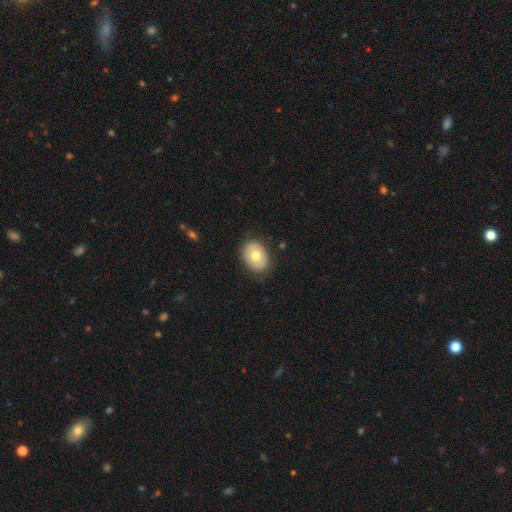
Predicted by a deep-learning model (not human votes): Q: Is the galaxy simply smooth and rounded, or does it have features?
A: smooth — 68%.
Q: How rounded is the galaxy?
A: in between — 61%.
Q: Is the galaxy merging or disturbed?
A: none — 85%.